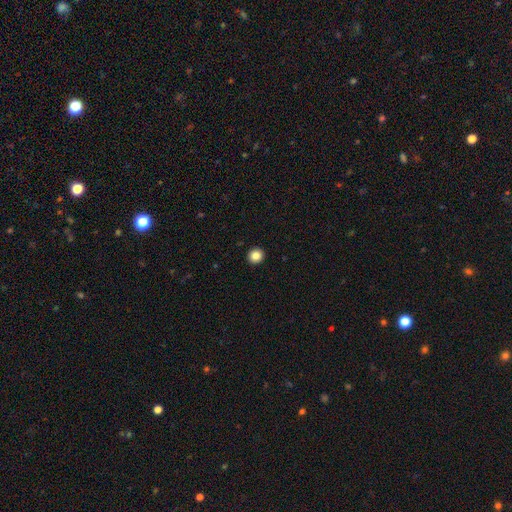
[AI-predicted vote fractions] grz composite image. It shows a smooth galaxy with no disk features (85%) that is round (93%). Merging: none (94%).